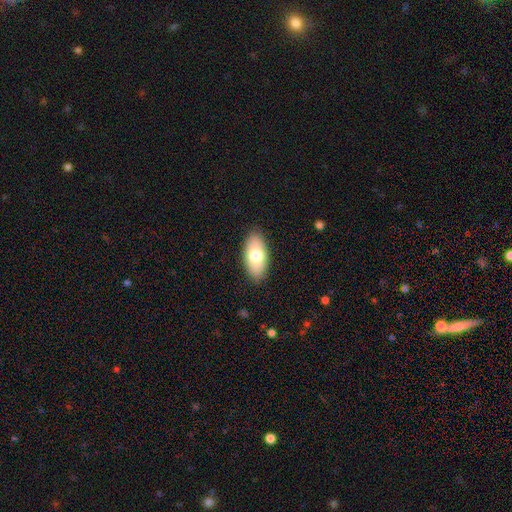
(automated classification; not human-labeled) Smooth or featured?
  - smooth: 73% *
  - featured or disk: 20%
  - star or artifact: 6%
How rounded?
  - in between: 92% *
  - cigar-shaped: 5%
  - round: 3%
Merging?
  - none: 88% *
  - minor disturbance: 9%
  - major disturbance: 2%
  - merger: 1%